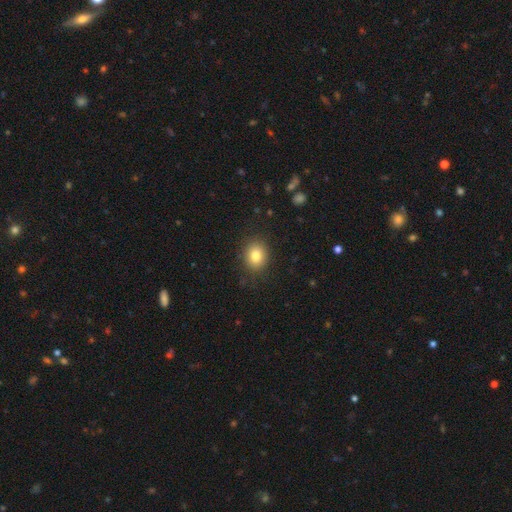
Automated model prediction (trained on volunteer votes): Smooth or featured: smooth — 81% (star or artifact — 11%)
How rounded: round — 61% (in between — 38%)
Merging: none — 87% (minor disturbance — 9%)